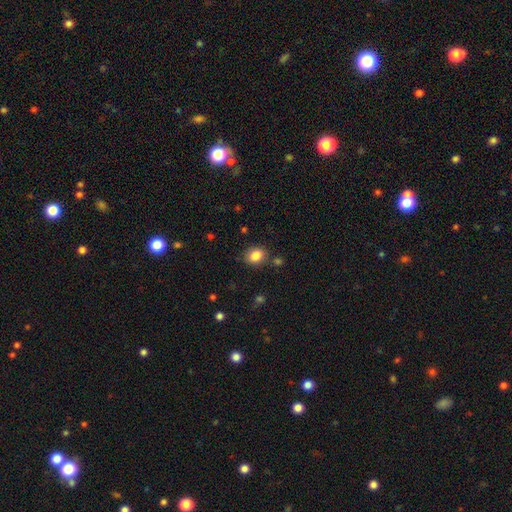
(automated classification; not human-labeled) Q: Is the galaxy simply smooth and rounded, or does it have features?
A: smooth — 85%.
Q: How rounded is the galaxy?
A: in between — 55%.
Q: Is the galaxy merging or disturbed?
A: none — 82%.